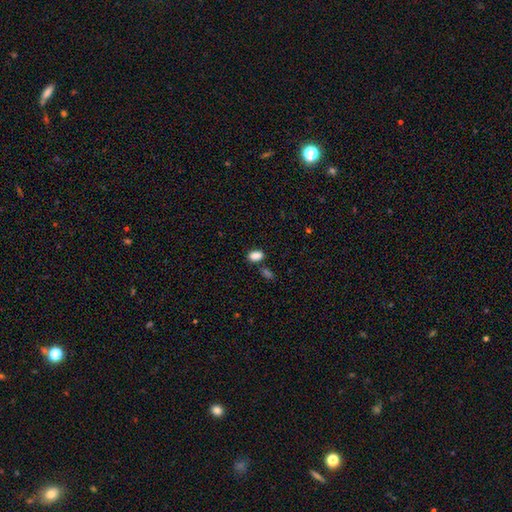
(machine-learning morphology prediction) A smooth galaxy with no disk features (85%) that is in between round and cigar-shaped (85%). Merging: none (68%).